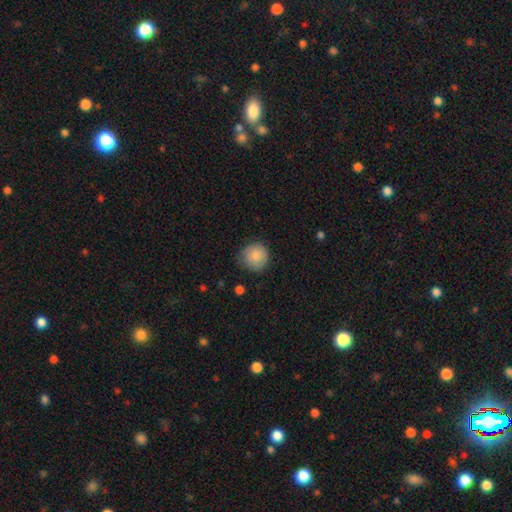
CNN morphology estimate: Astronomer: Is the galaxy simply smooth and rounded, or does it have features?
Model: smooth — 86%.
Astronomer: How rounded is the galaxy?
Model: round — 93%.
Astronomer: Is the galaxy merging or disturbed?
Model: none — 82%.